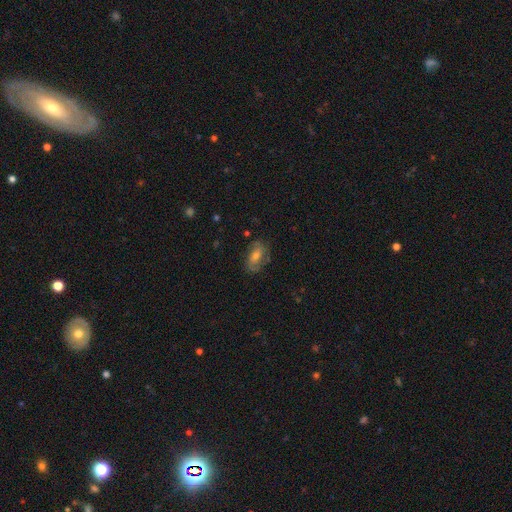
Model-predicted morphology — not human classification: smooth_or_featured: featured or disk (p=0.54) [alt: smooth p=0.34]
disk_edge_on: no (p=0.93) [alt: yes p=0.07]
bar: no (p=0.49) [alt: weak p=0.39]
has_spiral_arms: yes (p=0.81) [alt: no p=0.19]
bulge_size: moderate (p=0.55) [alt: small p=0.27]
merging: none (p=0.72) [alt: minor disturbance p=0.19]